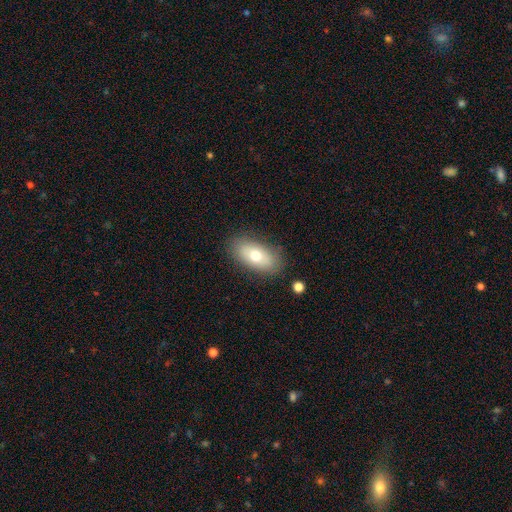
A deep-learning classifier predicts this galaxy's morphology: A smooth galaxy with no disk features (70%) that is in between round and cigar-shaped (90%). Merging: none (82%).